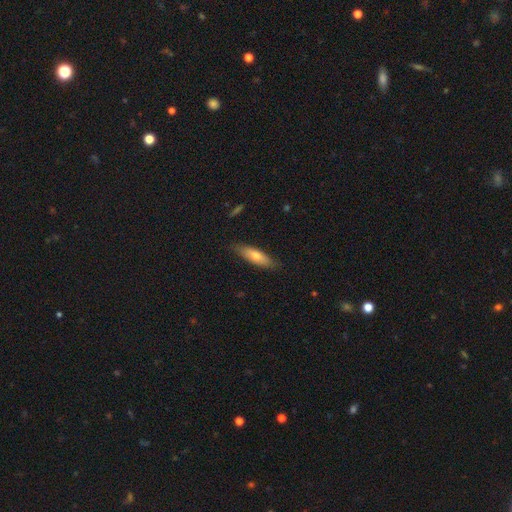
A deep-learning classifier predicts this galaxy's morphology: type=smooth (63%); roundness=cigar-shaped (64%); merging=none (85%).